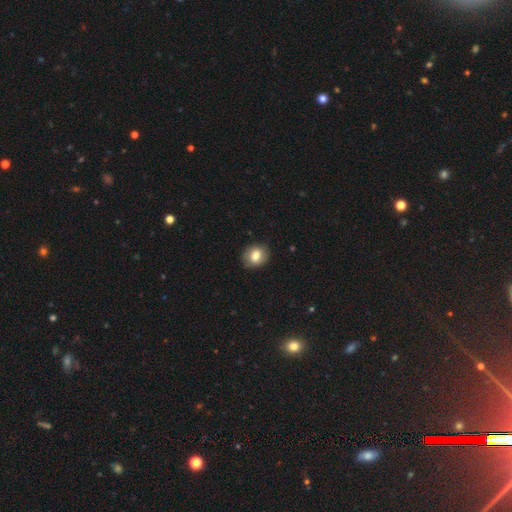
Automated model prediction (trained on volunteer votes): A smooth galaxy with no disk features (78%) that is round (58%). Merging: none (84%).